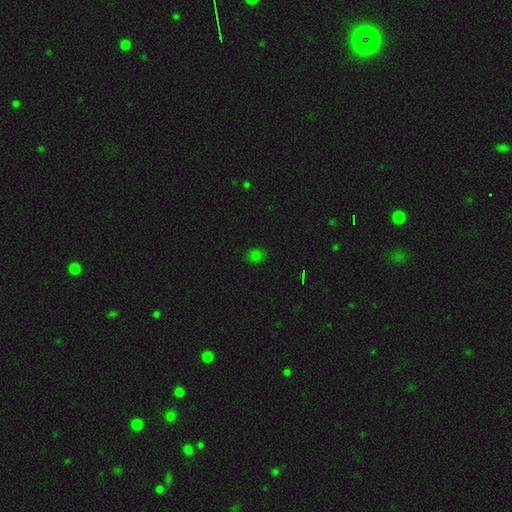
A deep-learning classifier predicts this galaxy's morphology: Smooth or featured? Predicted: smooth (p=0.72). How rounded? Predicted: round (p=0.66). Merging? Predicted: none (p=0.84).